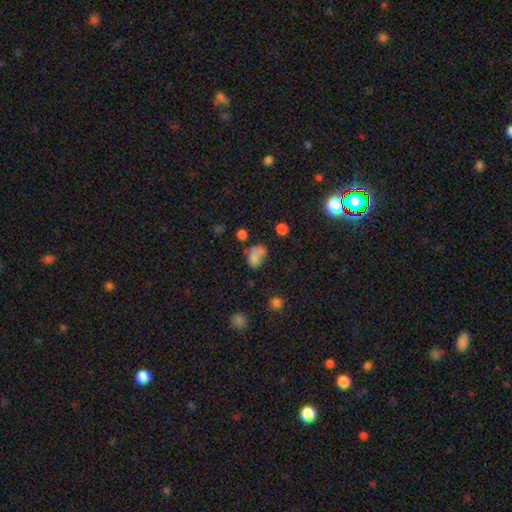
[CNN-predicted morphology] smooth_or_featured: smooth (p=0.71) [alt: featured or disk p=0.15]
how_rounded: in between (p=0.67) [alt: round p=0.31]
merging: none (p=0.35) [alt: merger p=0.30]